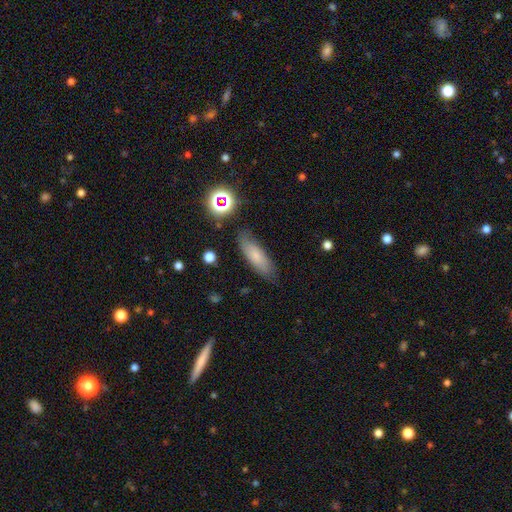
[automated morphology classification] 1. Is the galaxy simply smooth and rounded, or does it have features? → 75% smooth, 16% featured or disk, 9% star or artifact.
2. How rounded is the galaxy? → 53% in between, 45% cigar-shaped, 3% round.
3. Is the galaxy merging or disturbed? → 80% none, 14% minor disturbance, 4% major disturbance, 2% merger.